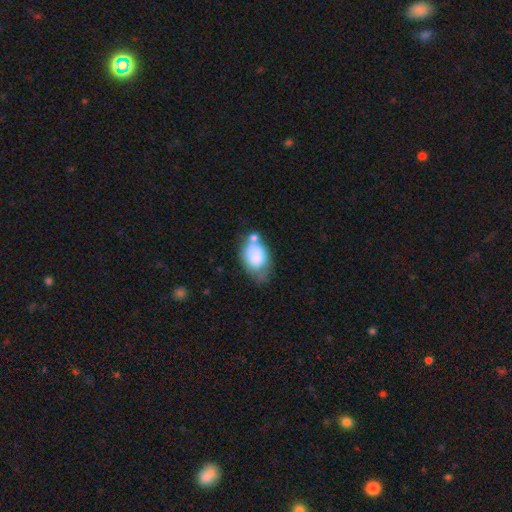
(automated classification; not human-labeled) A smooth galaxy with no disk features (77%) that is in between round and cigar-shaped (85%).

Vote fractions:
- Smooth or featured? smooth: 77% / featured or disk: 16% / star or artifact: 8%
- How rounded? in between: 85% / round: 13% / cigar-shaped: 1%
- Merging? none: 31% / merger: 29% / minor disturbance: 26% / major disturbance: 14%